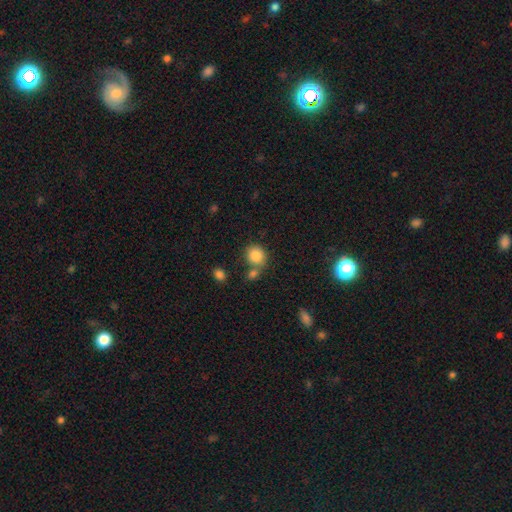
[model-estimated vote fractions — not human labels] This is clearly a smooth galaxy (84%). How rounded: clearly round (81%). Merging: likely none (61%).